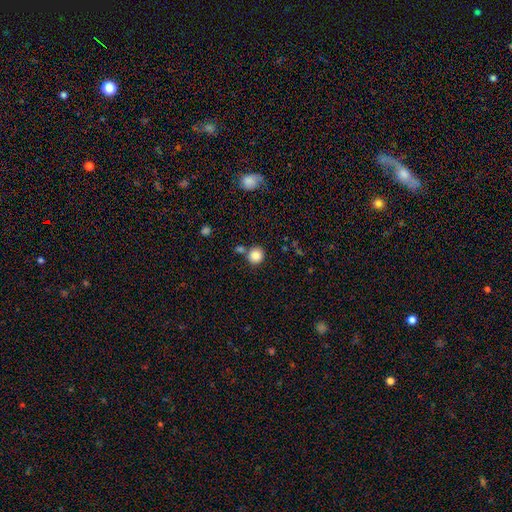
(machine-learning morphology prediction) smooth-or-featured: smooth: 85% | star or artifact: 10% | featured or disk: 6%
  how-rounded: round: 88% | in between: 11% | cigar-shaped: 1%
  merging: none: 76% | merger: 13% | minor disturbance: 9% | major disturbance: 3%